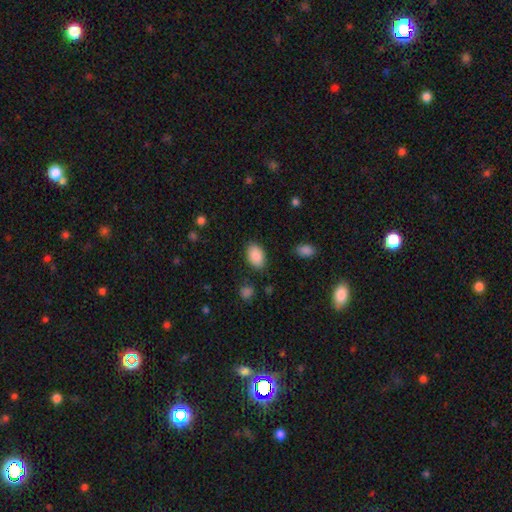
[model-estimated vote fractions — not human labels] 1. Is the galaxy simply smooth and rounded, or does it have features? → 89% smooth, 7% star or artifact, 4% featured or disk.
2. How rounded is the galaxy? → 90% in between, 9% round, 1% cigar-shaped.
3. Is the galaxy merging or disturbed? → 84% none, 11% minor disturbance, 3% major disturbance, 2% merger.